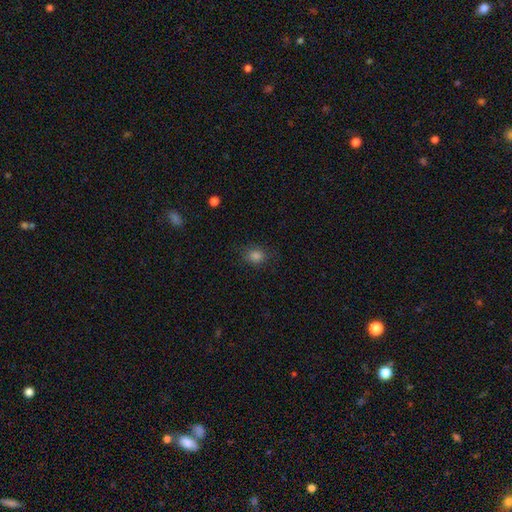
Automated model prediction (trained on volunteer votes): Smooth or featured: smooth — 81% (star or artifact — 14%)
How rounded: round — 60% (in between — 39%)
Merging: none — 82% (minor disturbance — 13%)